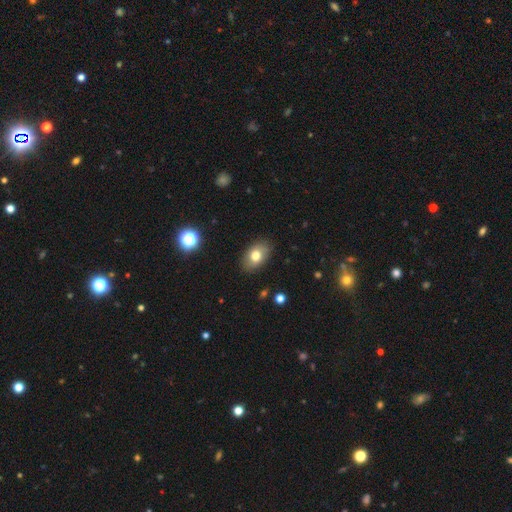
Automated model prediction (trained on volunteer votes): The model was most divided on "smooth or featured": smooth: 76%, featured or disk: 15%, star or artifact: 9%. More confident: merging — none (86%); how rounded — in between (85%).